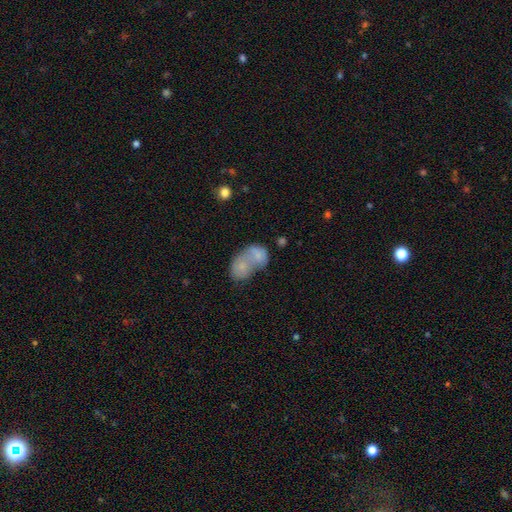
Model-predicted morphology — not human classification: smooth 70%, featured or disk 22%, star or artifact 8%. Down the decision tree: how rounded — in between (74%); merging — merger (75%).